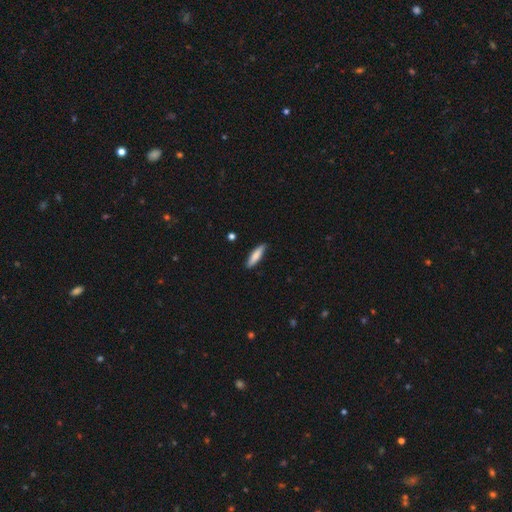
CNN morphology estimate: smooth_or_featured: smooth (p=0.80) [alt: featured or disk p=0.14]
how_rounded: cigar-shaped (p=0.75) [alt: in between p=0.23]
merging: none (p=0.86) [alt: minor disturbance p=0.11]